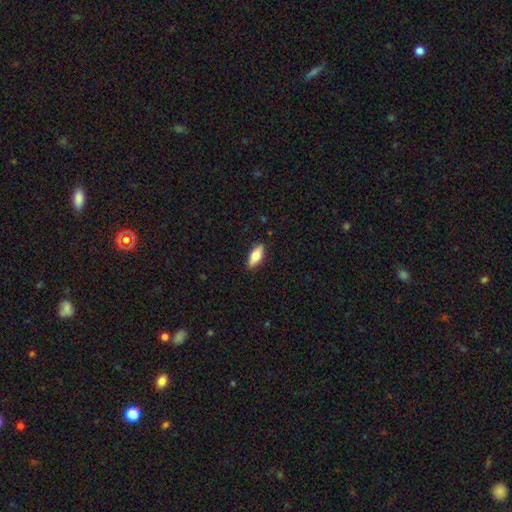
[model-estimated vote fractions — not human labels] A smooth galaxy with no disk features (69%) that is in between round and cigar-shaped (75%). Merging: none (88%).